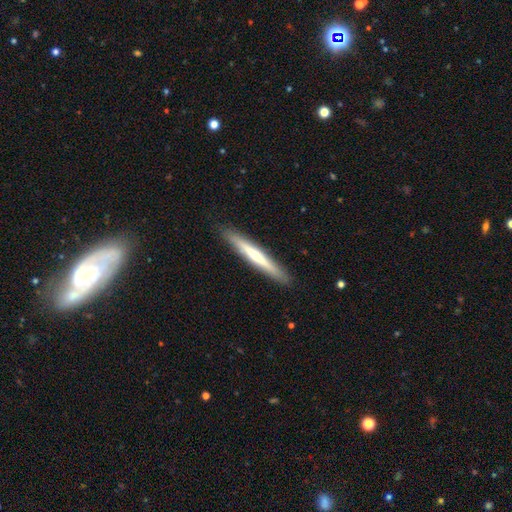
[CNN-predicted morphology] Smooth or featured?
  - featured or disk: 55% *
  - smooth: 40%
  - star or artifact: 5%
Edge-on disk?
  - yes: 95% *
  - no: 5%
Edge-on bulge?
  - rounded: 58% *
  - none: 36%
  - boxy: 6%
Merging?
  - none: 90% *
  - minor disturbance: 7%
  - major disturbance: 1%
  - merger: 1%